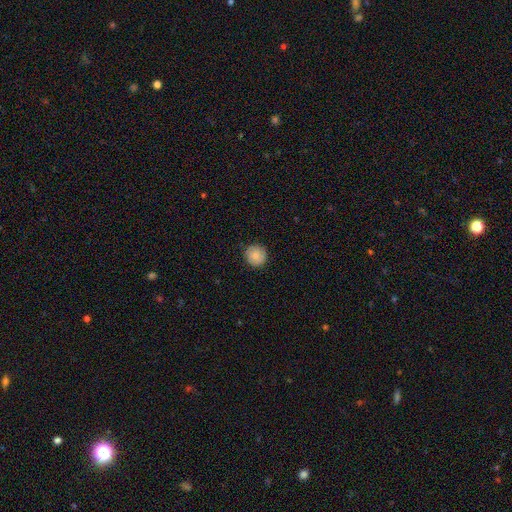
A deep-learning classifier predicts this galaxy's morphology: A smooth galaxy with no disk features (79%) that is round (93%).

Vote fractions:
- Smooth or featured? smooth: 79% / featured or disk: 14% / star or artifact: 8%
- How rounded? round: 93% / in between: 6% / cigar-shaped: 1%
- Merging? none: 85% / minor disturbance: 12% / major disturbance: 2% / merger: 1%